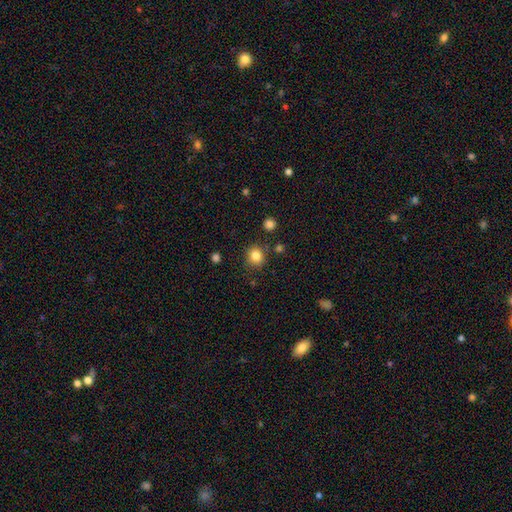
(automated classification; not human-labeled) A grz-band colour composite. It shows a smooth galaxy with no disk features (84%) that is round (85%). Merging: none (84%).